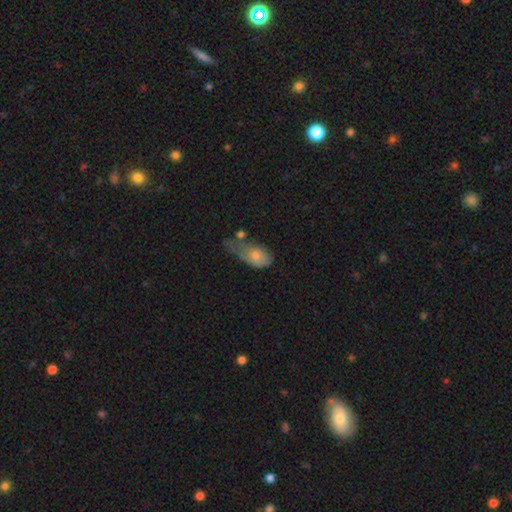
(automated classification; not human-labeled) This is likely a smooth galaxy (64%). How rounded: clearly in between (85%). Merging: marginally major disturbance (37%).